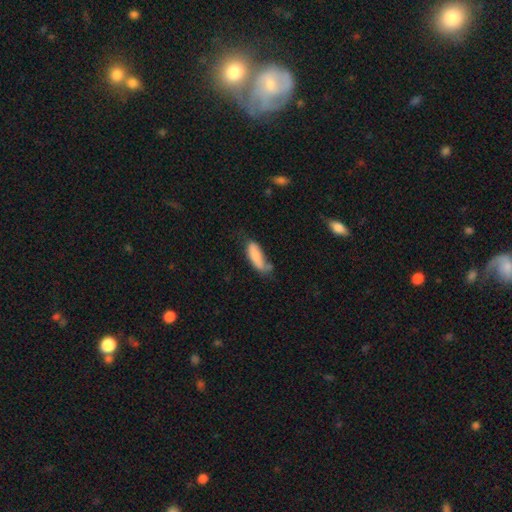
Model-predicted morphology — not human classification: Smooth or featured? smooth (81%)
How rounded? in between (59%)
Merging? none (39%)